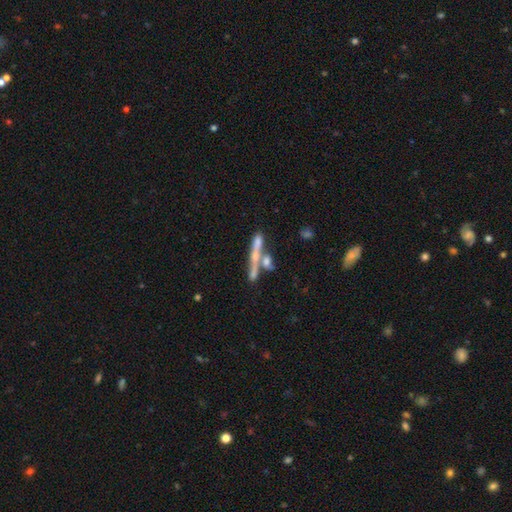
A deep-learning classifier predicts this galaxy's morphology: type=featured or disk (54%); edge-on=yes (80%); merging=none (50%).